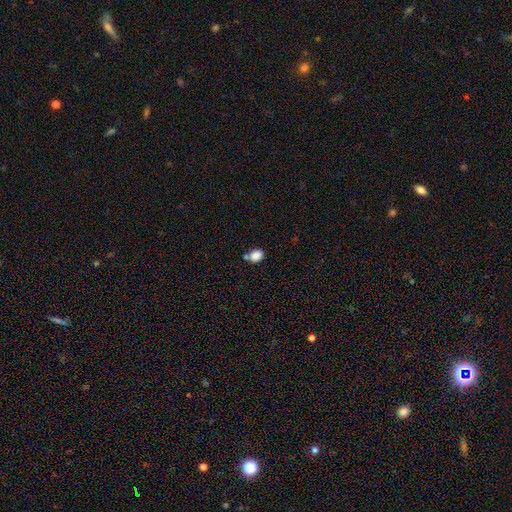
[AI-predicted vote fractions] A smooth galaxy with no disk features (85%) that is in between round and cigar-shaped (55%).

Vote fractions:
- Smooth or featured? smooth: 85% / star or artifact: 10% / featured or disk: 5%
- How rounded? in between: 55% / round: 44% / cigar-shaped: 1%
- Merging? none: 57% / merger: 22% / minor disturbance: 16% / major disturbance: 5%